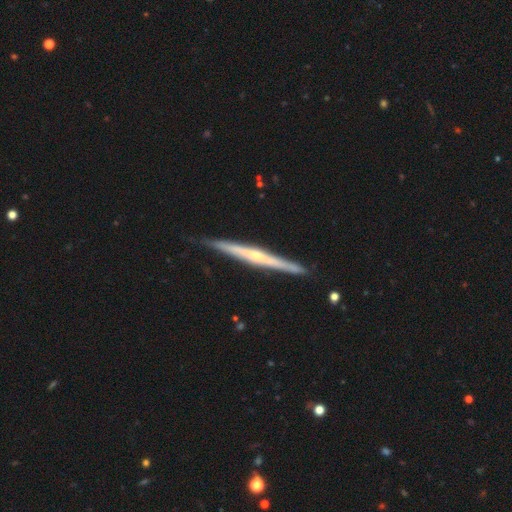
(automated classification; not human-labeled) The model was most divided on "edge-on bulge": rounded: 62%, none: 32%, boxy: 6%. More confident: edge-on disk — yes (98%); merging — none (87%); smooth or featured — featured or disk (74%).